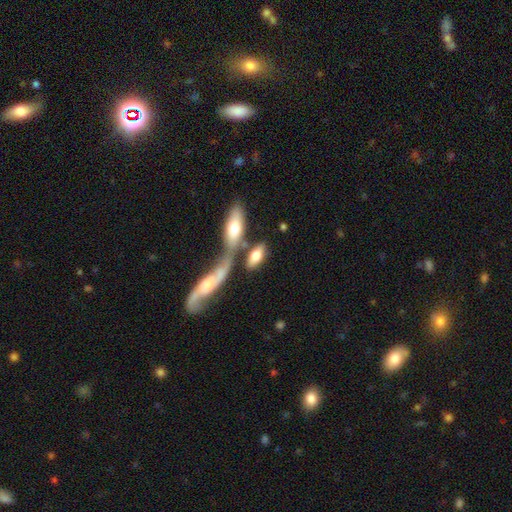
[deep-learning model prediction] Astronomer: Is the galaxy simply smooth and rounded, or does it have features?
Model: smooth — 71%.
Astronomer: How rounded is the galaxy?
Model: in between — 80%.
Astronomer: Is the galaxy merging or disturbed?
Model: none — 49% (runner-up: merger, 33%).